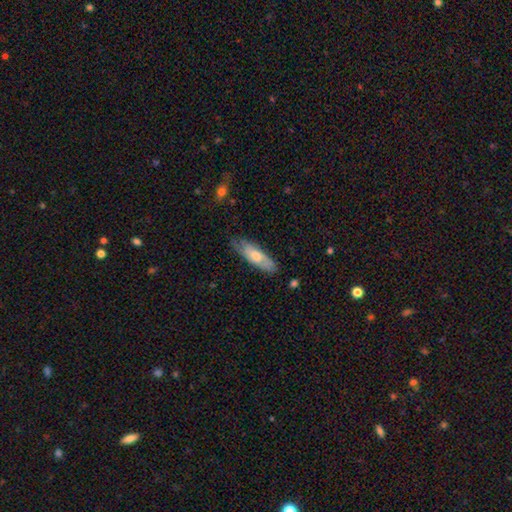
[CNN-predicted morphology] Q: Smooth or featured?
A: smooth (60%); runner-up: featured or disk (34%)
Q: How rounded?
A: cigar-shaped (56%); runner-up: in between (42%)
Q: Merging?
A: none (76%); runner-up: minor disturbance (19%)